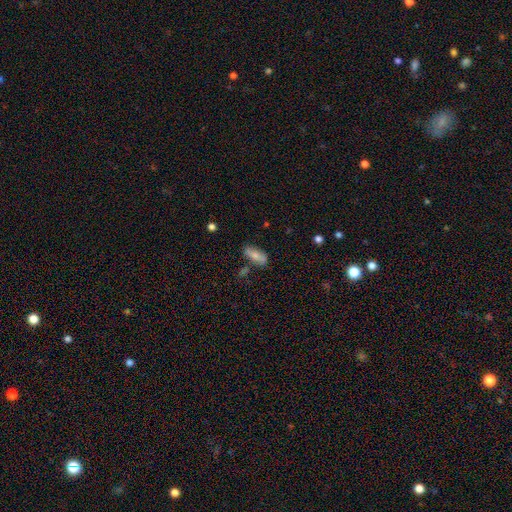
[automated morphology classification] smooth-or-featured: smooth: 72% | featured or disk: 21% | star or artifact: 7%
  how-rounded: in between: 76% | cigar-shaped: 21% | round: 3%
  merging: none: 68% | minor disturbance: 19% | merger: 8% | major disturbance: 5%